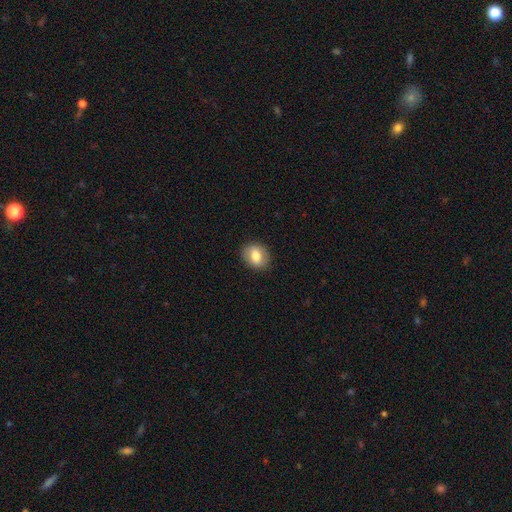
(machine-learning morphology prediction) smooth_or_featured: smooth (p=0.77) [alt: featured or disk p=0.15]
how_rounded: in between (p=0.51) [alt: round p=0.48]
merging: none (p=0.88) [alt: minor disturbance p=0.09]